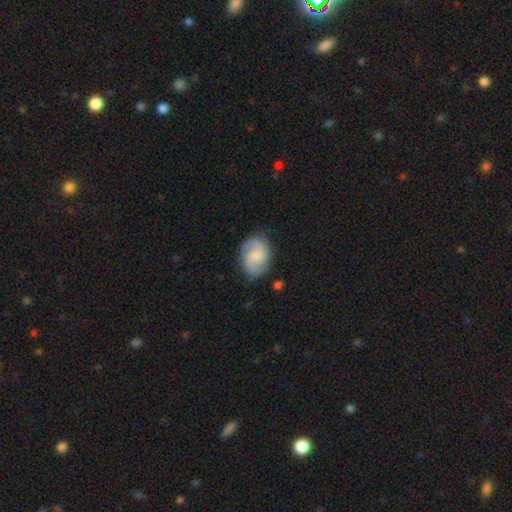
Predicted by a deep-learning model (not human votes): A featured or disk galaxy (48%). Merging: none (73%).